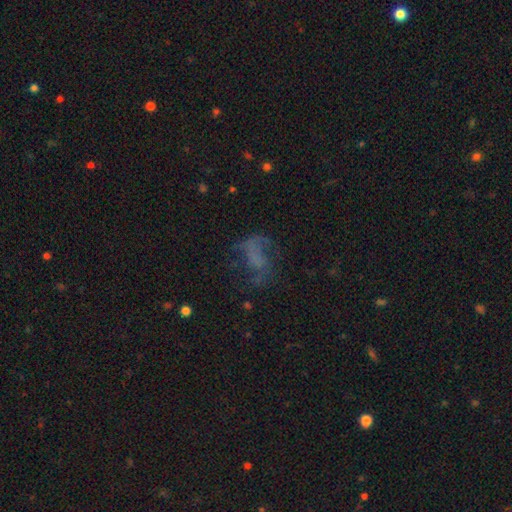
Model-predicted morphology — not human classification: Smooth or featured? Predicted: featured or disk (p=0.45). Merging? Predicted: none (p=0.44).